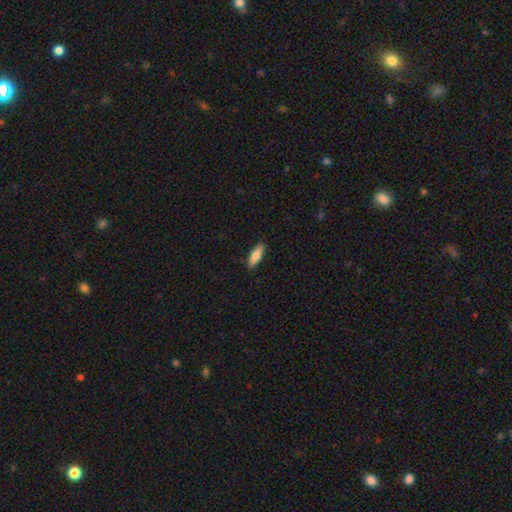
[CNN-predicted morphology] Q: Smooth or featured?
A: smooth (78%); runner-up: featured or disk (16%)
Q: How rounded?
A: in between (54%); runner-up: cigar-shaped (44%)
Q: Merging?
A: none (88%); runner-up: minor disturbance (9%)